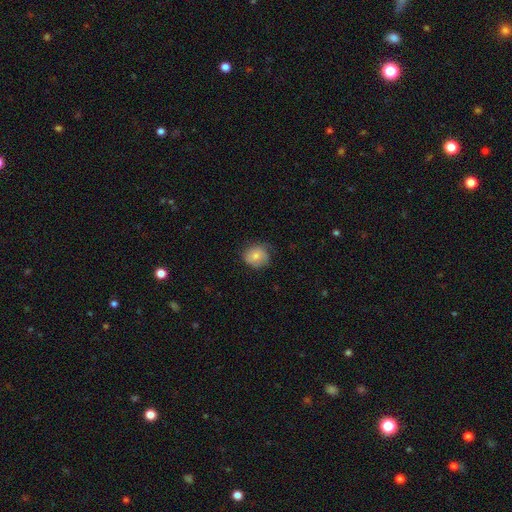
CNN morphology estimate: Smooth or featured: smooth — 76% (featured or disk — 17%)
How rounded: round — 77% (in between — 22%)
Merging: none — 63% (minor disturbance — 28%)